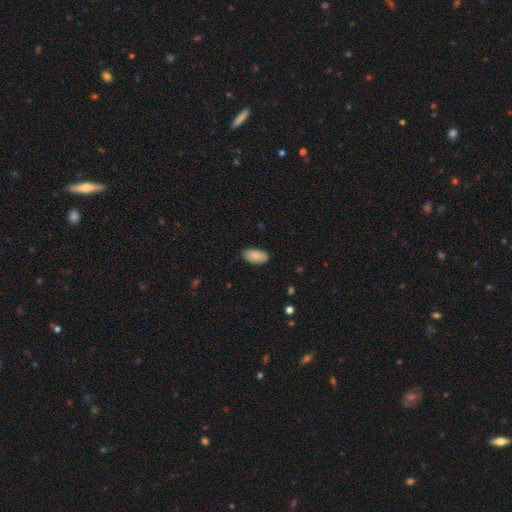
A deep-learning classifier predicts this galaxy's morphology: type=smooth (87%); roundness=in between (95%); merging=none (86%).